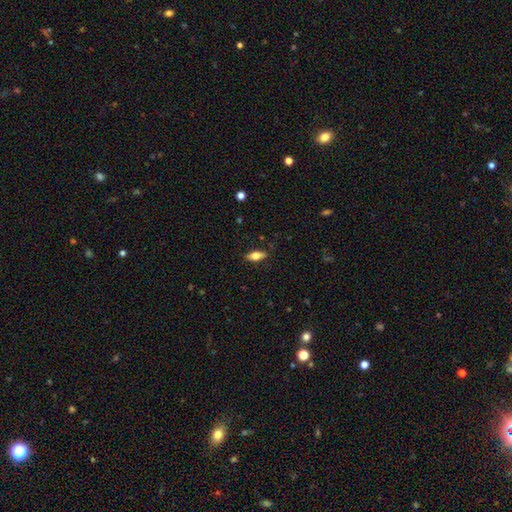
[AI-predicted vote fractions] Smooth or featured?
  - smooth: 62% *
  - featured or disk: 31%
  - star or artifact: 8%
How rounded?
  - in between: 73% *
  - cigar-shaped: 23%
  - round: 3%
Merging?
  - none: 86% *
  - minor disturbance: 10%
  - major disturbance: 2%
  - merger: 1%